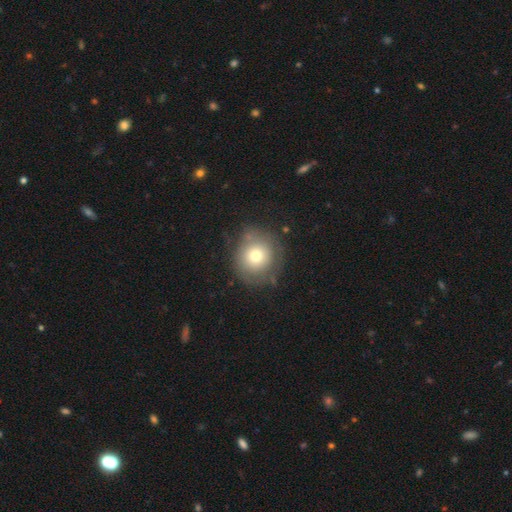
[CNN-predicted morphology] Smooth or featured? Predicted: smooth (p=0.69). How rounded? Predicted: round (p=0.91). Merging? Predicted: none (p=0.73).